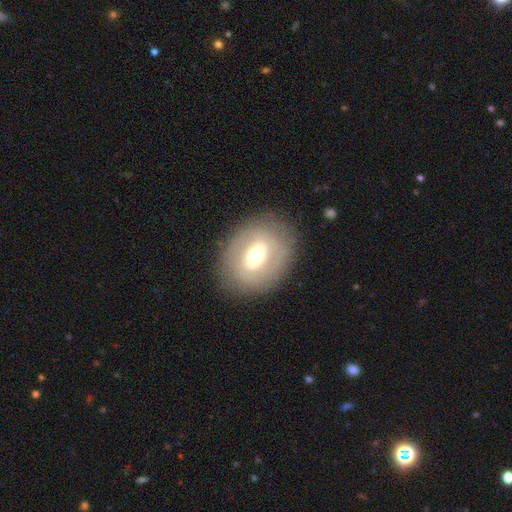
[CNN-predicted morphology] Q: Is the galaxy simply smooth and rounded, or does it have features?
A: featured or disk — 51%.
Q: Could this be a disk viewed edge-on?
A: no — 91%.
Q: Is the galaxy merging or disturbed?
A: none — 82%.